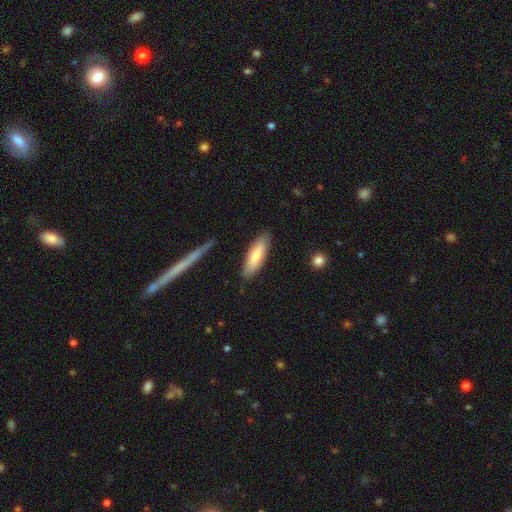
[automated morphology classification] smooth-or-featured: smooth: 78% | featured or disk: 17% | star or artifact: 5%
  how-rounded: in between: 54% | cigar-shaped: 45% | round: 2%
  merging: none: 84% | minor disturbance: 11% | major disturbance: 2% | merger: 2%